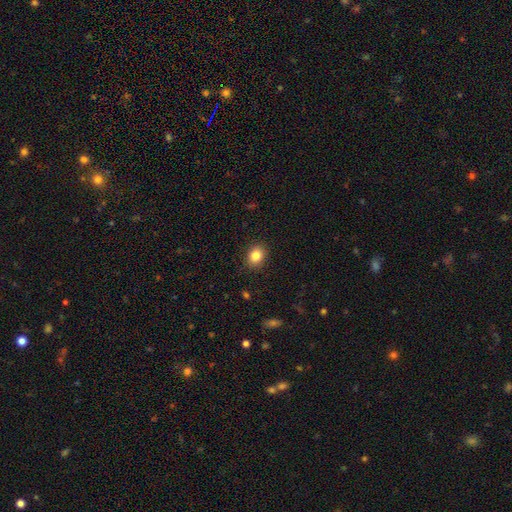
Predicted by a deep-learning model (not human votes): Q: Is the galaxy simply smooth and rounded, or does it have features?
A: smooth — 84%.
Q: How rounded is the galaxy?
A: round — 52%.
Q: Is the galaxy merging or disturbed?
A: none — 89%.